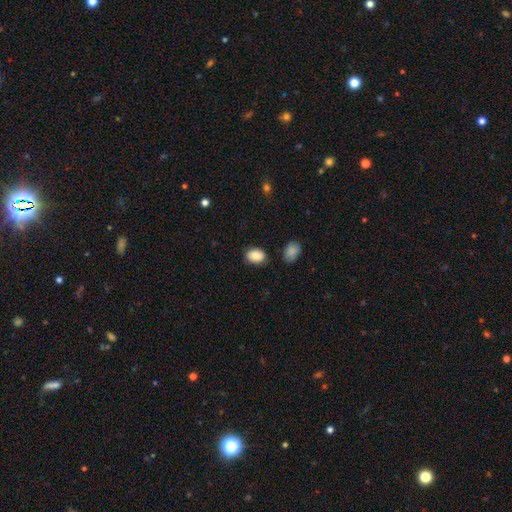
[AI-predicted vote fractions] Overall: smooth (86%). How rounded: in between (76%). Merging: none (81%).